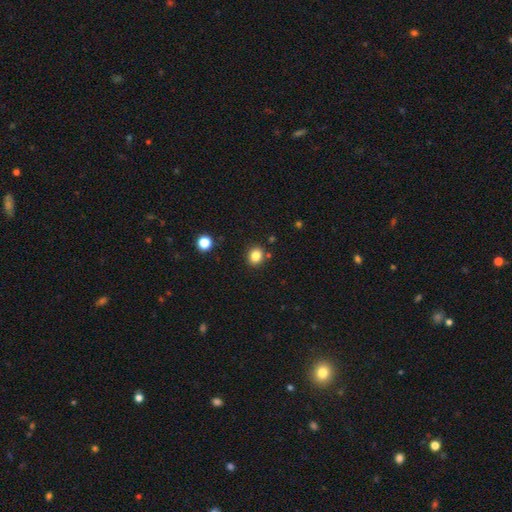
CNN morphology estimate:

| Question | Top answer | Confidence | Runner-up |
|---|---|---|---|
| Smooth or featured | smooth | 84% | star or artifact (11%) |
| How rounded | round | 74% | in between (25%) |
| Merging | none | 86% | minor disturbance (8%) |